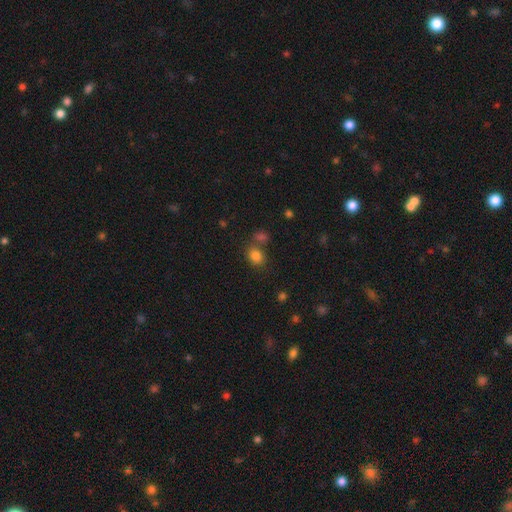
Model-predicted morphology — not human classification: Q: Smooth or featured?
A: smooth (81%); runner-up: star or artifact (12%)
Q: How rounded?
A: in between (51%); runner-up: round (48%)
Q: Merging?
A: none (60%); runner-up: merger (23%)